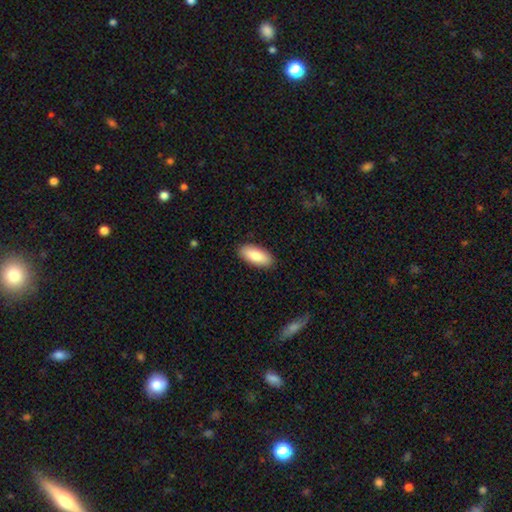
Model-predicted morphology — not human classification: This is clearly a smooth galaxy (85%). How rounded: clearly in between (85%). Merging: clearly none (89%).